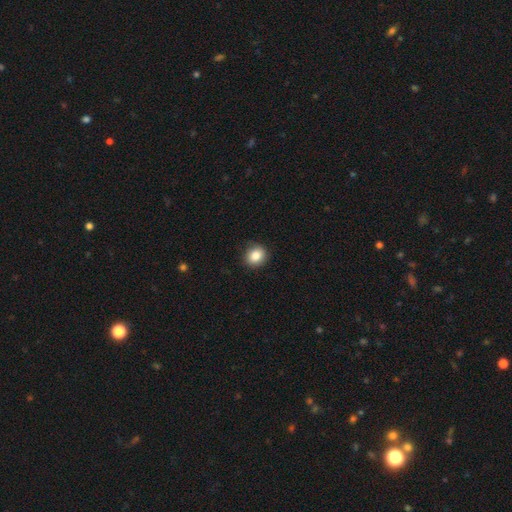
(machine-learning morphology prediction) Overall: smooth (84%). How rounded: round (76%). Merging: none (89%).